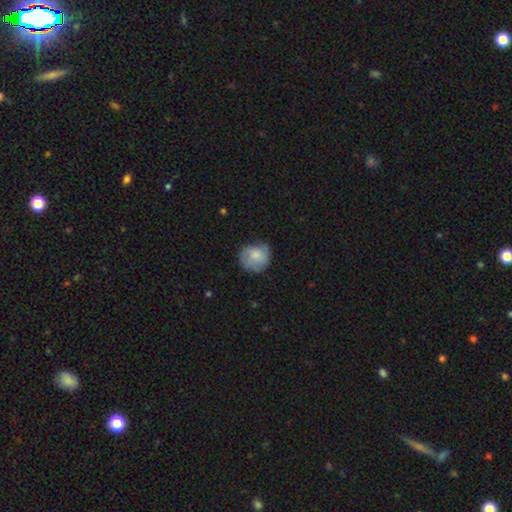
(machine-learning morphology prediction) Overall: smooth (77%). How rounded: round (84%). Merging: none (69%).